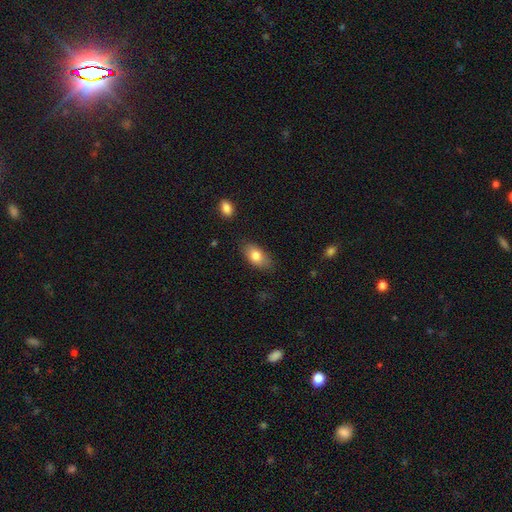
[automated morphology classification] A smooth galaxy with no disk features (80%) that is in between round and cigar-shaped (90%).

Vote fractions:
- Smooth or featured? smooth: 80% / featured or disk: 13% / star or artifact: 7%
- How rounded? in between: 90% / round: 6% / cigar-shaped: 3%
- Merging? none: 82% / minor disturbance: 14% / major disturbance: 3% / merger: 2%